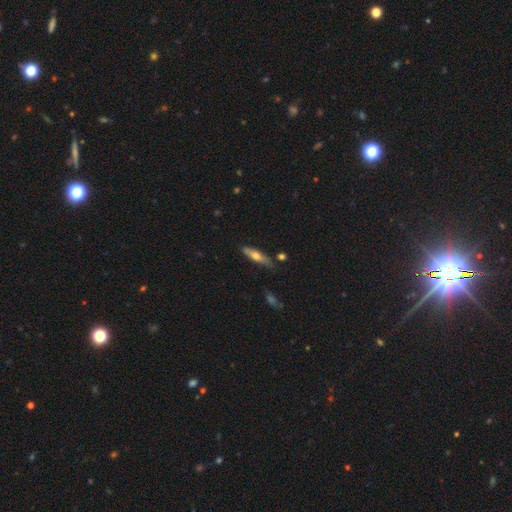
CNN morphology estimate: This appears to be a smooth galaxy with no disk features (55%) that is cigar-shaped (68%). Merging: none (73%).